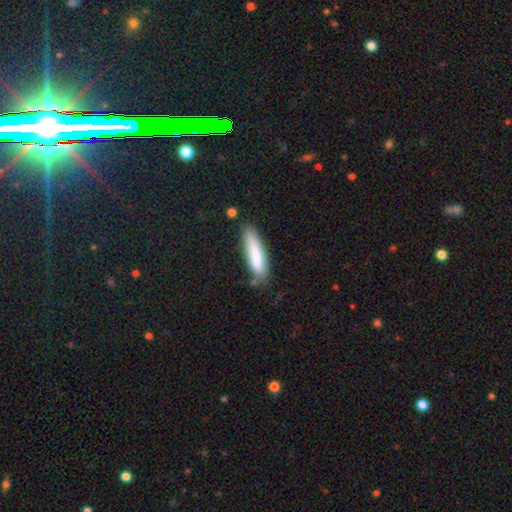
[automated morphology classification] A smooth galaxy with no disk features (79%) that is cigar-shaped (73%). Merging: none (71%).